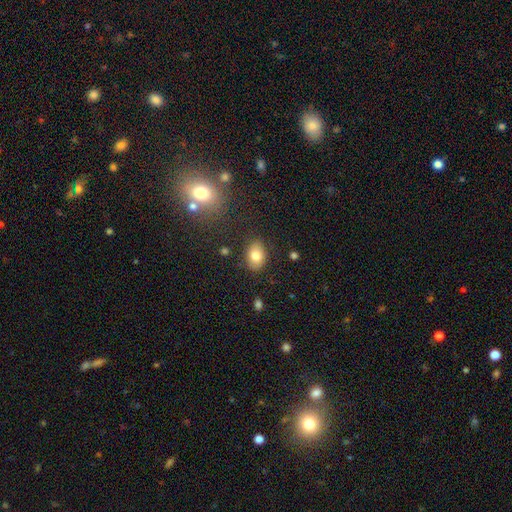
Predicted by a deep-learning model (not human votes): Smooth or featured? smooth (80%)
How rounded? in between (77%)
Merging? none (84%)